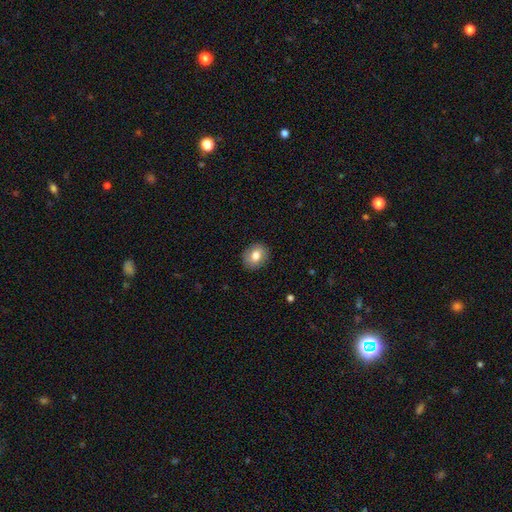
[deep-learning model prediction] Q: Smooth or featured?
A: smooth (77%); runner-up: featured or disk (15%)
Q: How rounded?
A: round (59%); runner-up: in between (40%)
Q: Merging?
A: none (89%); runner-up: minor disturbance (8%)